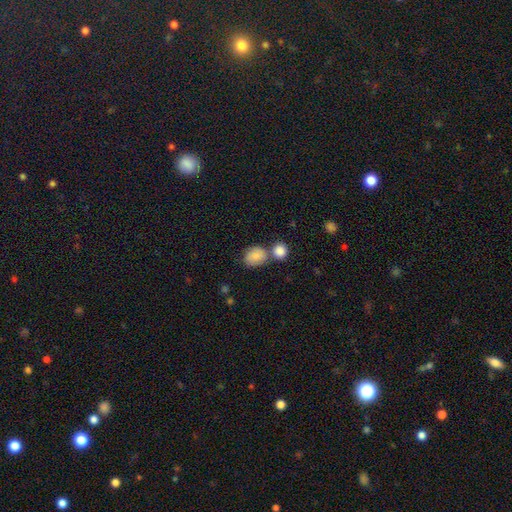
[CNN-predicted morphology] Smooth or featured? smooth (82%)
How rounded? round (54%)
Merging? none (47%)